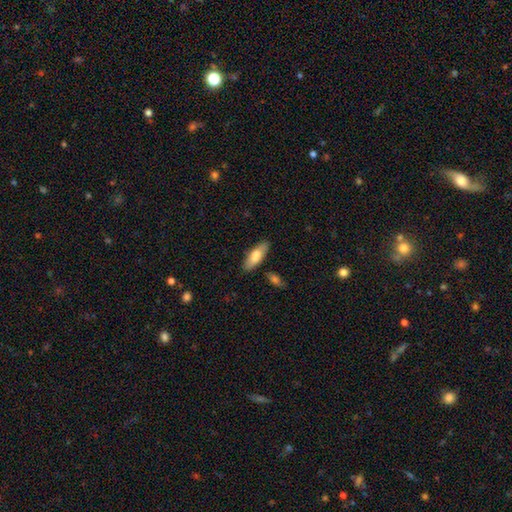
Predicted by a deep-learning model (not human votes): Smooth or featured?
  - smooth: 74% *
  - featured or disk: 20%
  - star or artifact: 6%
How rounded?
  - in between: 70% *
  - cigar-shaped: 28%
  - round: 2%
Merging?
  - none: 83% *
  - minor disturbance: 11%
  - merger: 3%
  - major disturbance: 2%